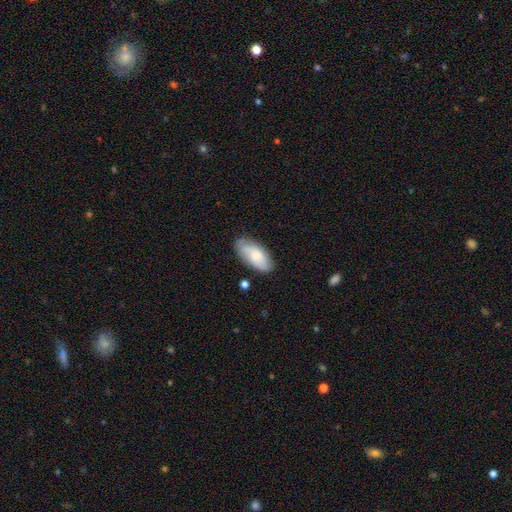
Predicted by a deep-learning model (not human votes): smooth-or-featured: smooth: 68% | featured or disk: 25% | star or artifact: 6%
  how-rounded: in between: 92% | cigar-shaped: 6% | round: 2%
  merging: none: 76% | minor disturbance: 18% | major disturbance: 4% | merger: 2%